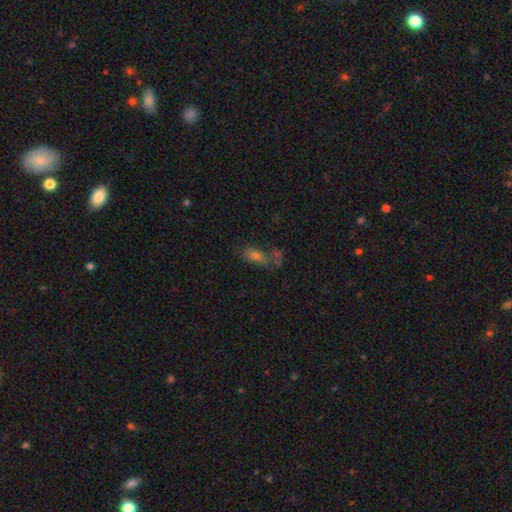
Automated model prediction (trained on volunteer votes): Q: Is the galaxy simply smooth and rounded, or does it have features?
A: smooth — 62%.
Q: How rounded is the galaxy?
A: in between — 79%.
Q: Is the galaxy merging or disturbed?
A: none — 44%.